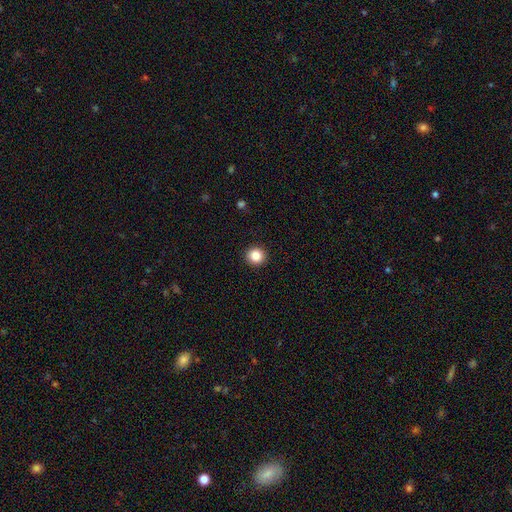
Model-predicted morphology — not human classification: smooth-or-featured: smooth: 86% | star or artifact: 10% | featured or disk: 4%
  how-rounded: round: 94% | in between: 5% | cigar-shaped: 1%
  merging: none: 93% | minor disturbance: 4% | major disturbance: 2% | merger: 1%